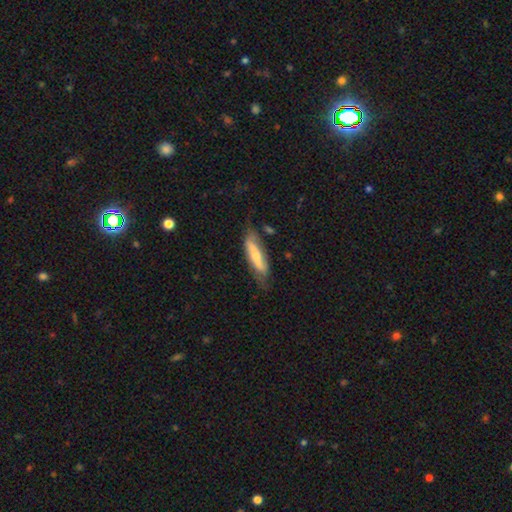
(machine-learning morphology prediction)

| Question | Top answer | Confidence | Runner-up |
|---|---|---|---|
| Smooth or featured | featured or disk | 51% | smooth (44%) |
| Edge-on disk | no | 54% | yes (46%) |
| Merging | none | 58% | minor disturbance (27%) |